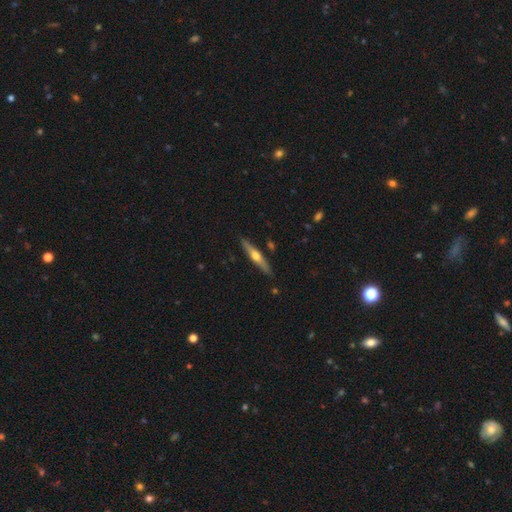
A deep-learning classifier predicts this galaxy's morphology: type=featured or disk (60%); edge-on=yes (95%); edge-on bulge=rounded (90%); merging=none (88%).